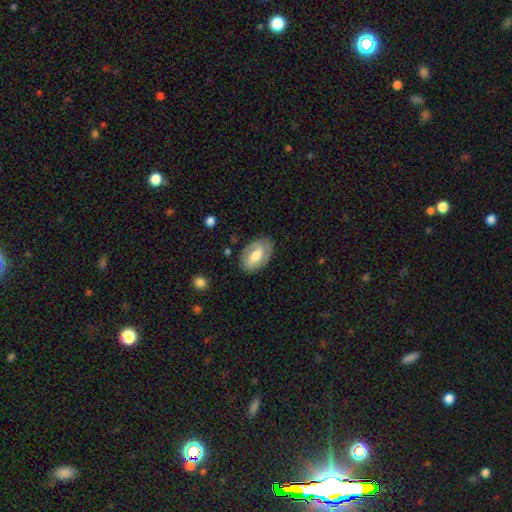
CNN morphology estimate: smooth-or-featured: featured or disk: 51% | smooth: 43% | star or artifact: 6%
  disk-edge-on: no: 93% | yes: 7%
  merging: none: 78% | minor disturbance: 16% | major disturbance: 5% | merger: 1%